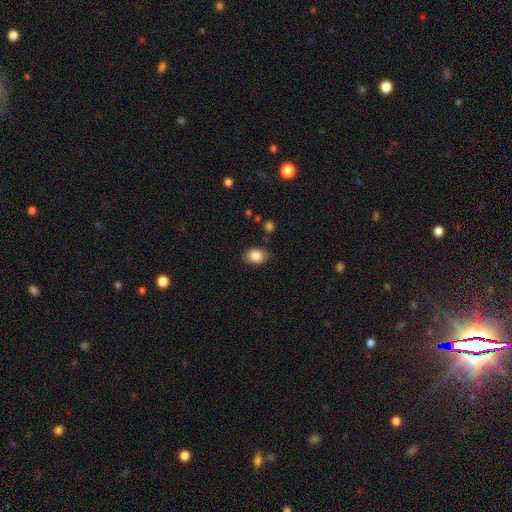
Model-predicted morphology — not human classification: The model was most divided on "how rounded": in between: 79%, round: 19%, cigar-shaped: 1%. More confident: smooth or featured — smooth (85%); merging — none (83%).